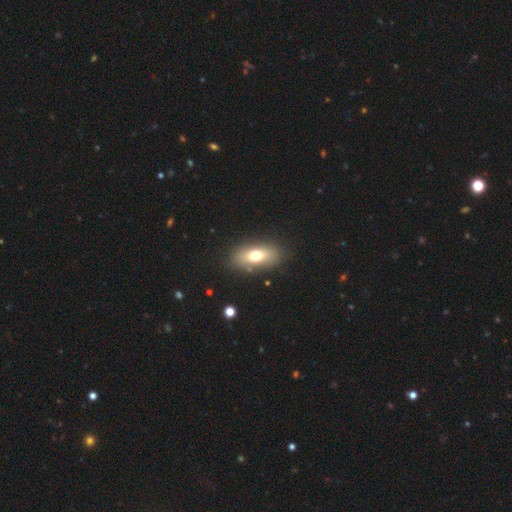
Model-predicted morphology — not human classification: smooth-or-featured: smooth: 69% | featured or disk: 22% | star or artifact: 9%
  how-rounded: in between: 82% | cigar-shaped: 12% | round: 6%
  merging: none: 84% | minor disturbance: 10% | major disturbance: 4% | merger: 2%